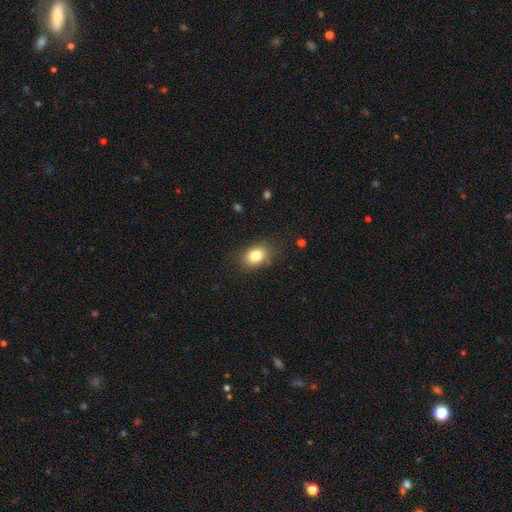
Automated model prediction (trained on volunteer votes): smooth_or_featured: smooth (p=0.81) [alt: star or artifact p=0.10]
how_rounded: in between (p=0.72) [alt: round p=0.27]
merging: none (p=0.83) [alt: minor disturbance p=0.12]